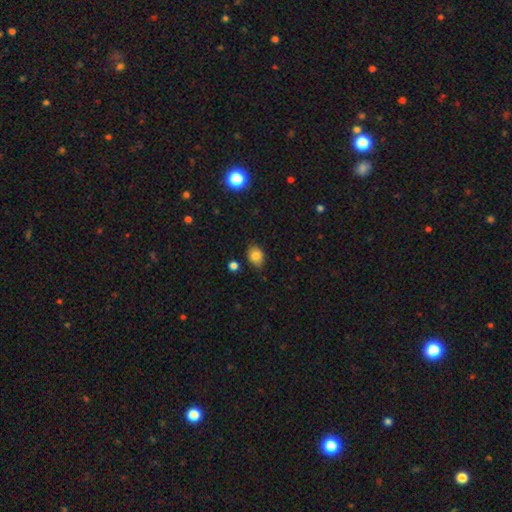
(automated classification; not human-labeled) Overall: smooth (82%). How rounded: in between (71%). Merging: none (80%).